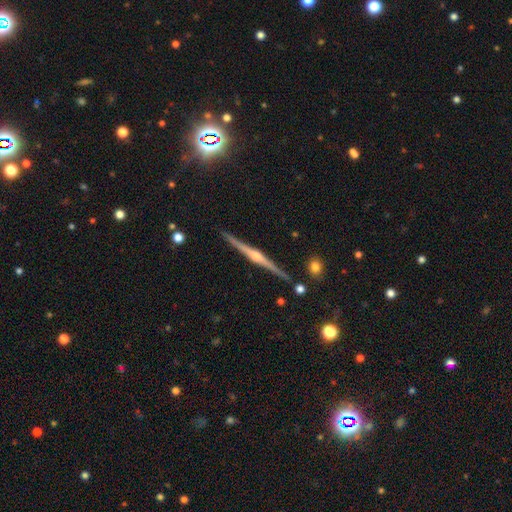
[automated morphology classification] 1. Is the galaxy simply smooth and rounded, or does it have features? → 87% featured or disk, 7% smooth, 6% star or artifact.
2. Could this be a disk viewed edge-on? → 99% yes, 1% no.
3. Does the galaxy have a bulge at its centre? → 89% rounded, 6% boxy, 5% none.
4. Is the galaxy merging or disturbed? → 91% none, 6% minor disturbance, 2% merger, 1% major disturbance.